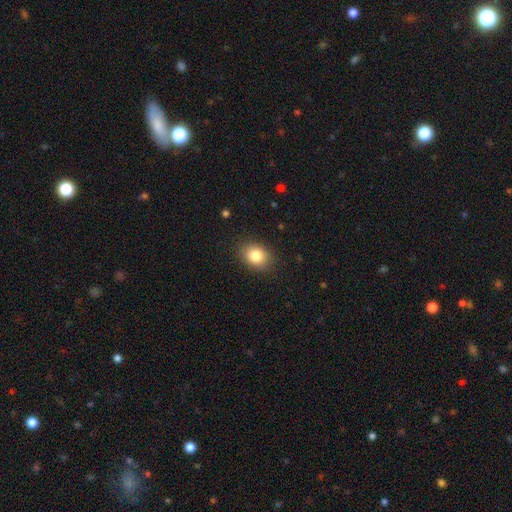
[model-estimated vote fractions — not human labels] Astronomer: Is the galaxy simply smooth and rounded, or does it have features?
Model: smooth — 84%.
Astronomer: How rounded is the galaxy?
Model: in between — 59% (runner-up: round, 40%).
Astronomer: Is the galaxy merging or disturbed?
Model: none — 87%.